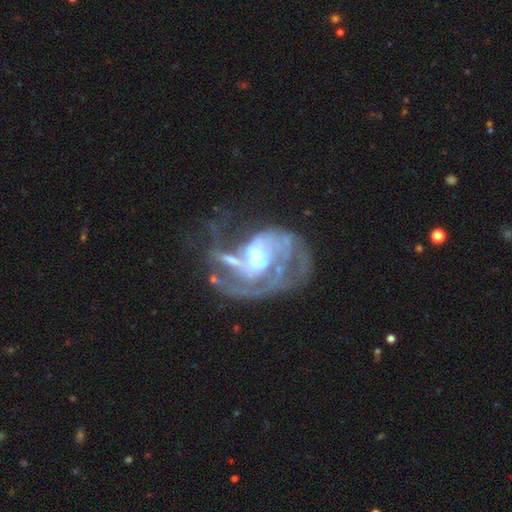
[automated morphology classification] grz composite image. It shows a featured or disk galaxy (85%) with no bar (51%), 2 (34%) medium (40%) spiral arms (86%) and a moderate central bulge (56%). Merging: major disturbance (41%).